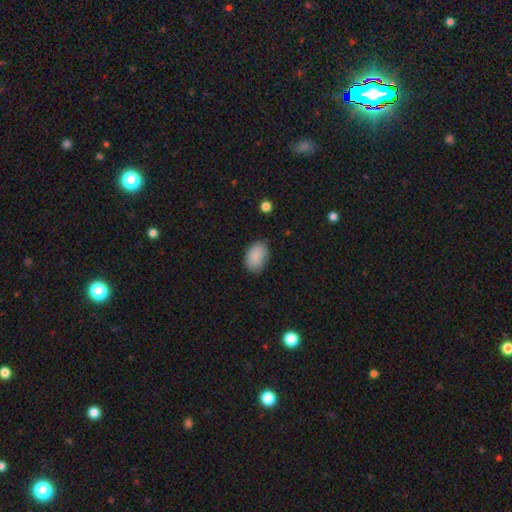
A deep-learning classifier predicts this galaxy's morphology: smooth-or-featured: smooth: 88% | star or artifact: 8% | featured or disk: 4%
  how-rounded: in between: 88% | round: 11% | cigar-shaped: 1%
  merging: none: 76% | minor disturbance: 19% | major disturbance: 4% | merger: 1%